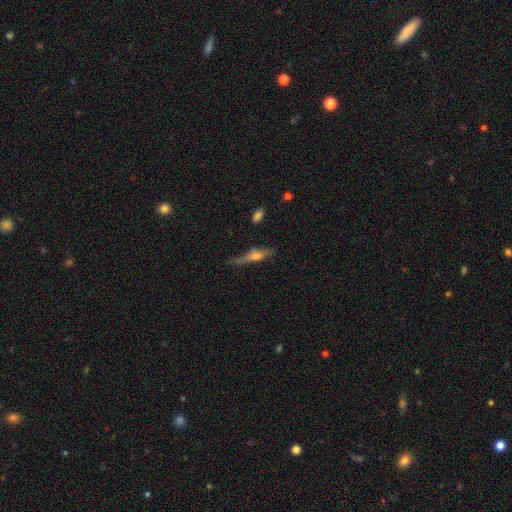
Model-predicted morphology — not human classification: Q: Smooth or featured?
A: featured or disk (61%); runner-up: smooth (30%)
Q: Edge-on disk?
A: yes (92%); runner-up: no (8%)
Q: Edge-on bulge?
A: rounded (86%); runner-up: boxy (9%)
Q: Merging?
A: none (61%); runner-up: minor disturbance (25%)